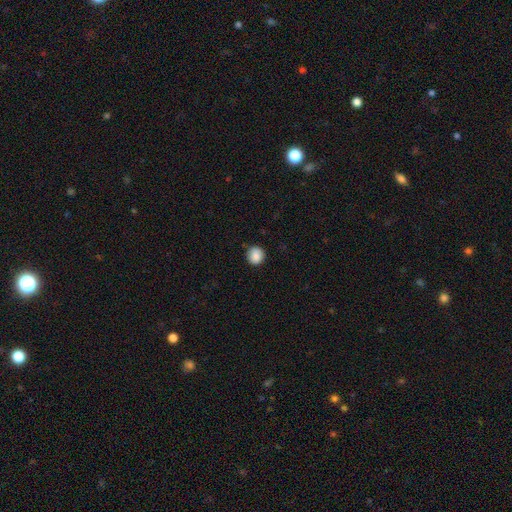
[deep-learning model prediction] Smooth or featured? smooth (88%)
How rounded? round (91%)
Merging? none (87%)